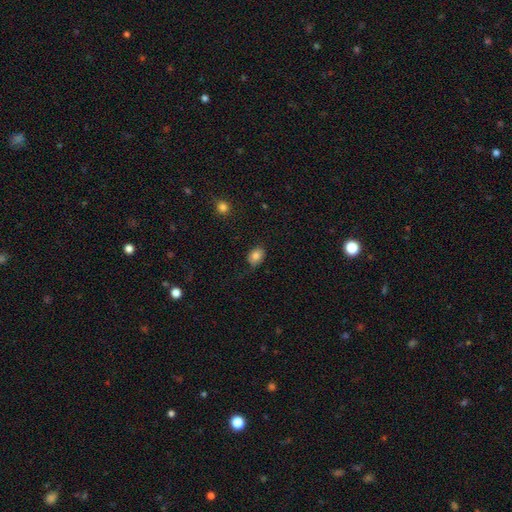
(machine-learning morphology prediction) This is clearly a smooth galaxy (84%). How rounded: likely in between (67%). Merging: likely none (70%).